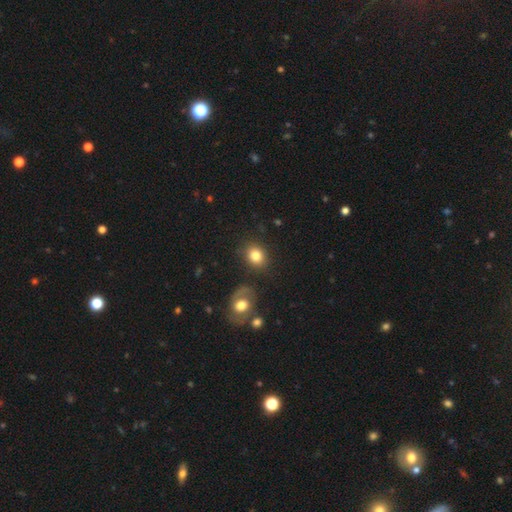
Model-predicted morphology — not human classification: Q: Smooth or featured?
A: smooth (81%); runner-up: star or artifact (10%)
Q: How rounded?
A: round (59%); runner-up: in between (40%)
Q: Merging?
A: none (81%); runner-up: minor disturbance (10%)